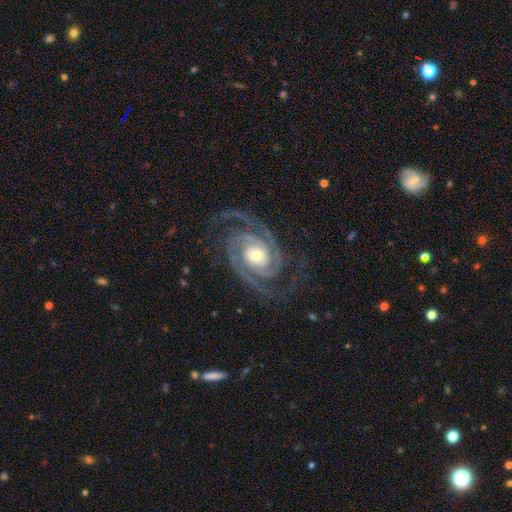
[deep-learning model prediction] smooth_or_featured: featured or disk (p=0.94) [alt: star or artifact p=0.04]
disk_edge_on: no (p=0.98) [alt: yes p=0.02]
bar: no (p=0.61) [alt: weak p=0.25]
has_spiral_arms: yes (p=0.99) [alt: no p=0.01]
spiral_winding: tight (p=0.60) [alt: medium p=0.35]
spiral_arm_count: 2 (p=0.79) [alt: 3 p=0.11]
bulge_size: moderate (p=0.57) [alt: small p=0.31]
merging: none (p=0.76) [alt: minor disturbance p=0.14]